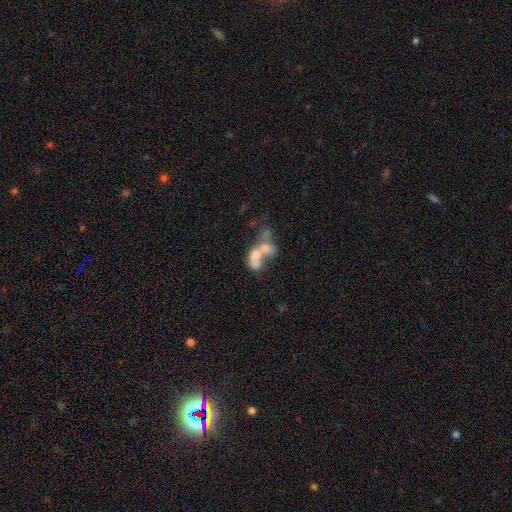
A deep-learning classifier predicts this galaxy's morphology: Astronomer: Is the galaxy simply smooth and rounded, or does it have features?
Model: smooth — 44% (runner-up: featured or disk, 43%).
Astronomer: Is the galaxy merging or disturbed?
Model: merger — 68%.